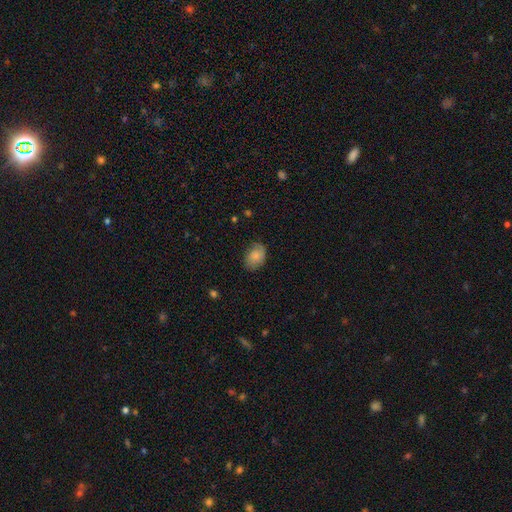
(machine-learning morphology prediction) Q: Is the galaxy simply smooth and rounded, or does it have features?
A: smooth — 74%.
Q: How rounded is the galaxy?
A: in between — 78%.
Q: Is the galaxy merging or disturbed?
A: none — 72%.